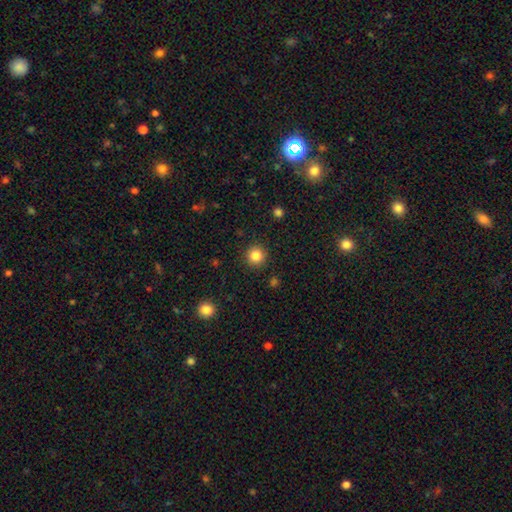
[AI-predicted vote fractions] Smooth or featured? smooth (84%)
How rounded? round (94%)
Merging? none (91%)